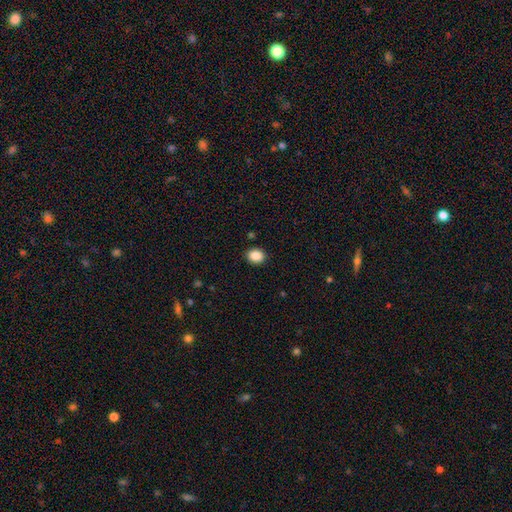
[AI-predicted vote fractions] smooth-or-featured: smooth: 88% | star or artifact: 9% | featured or disk: 3%
  how-rounded: round: 53% | in between: 46% | cigar-shaped: 1%
  merging: none: 90% | minor disturbance: 7% | major disturbance: 2% | merger: 1%